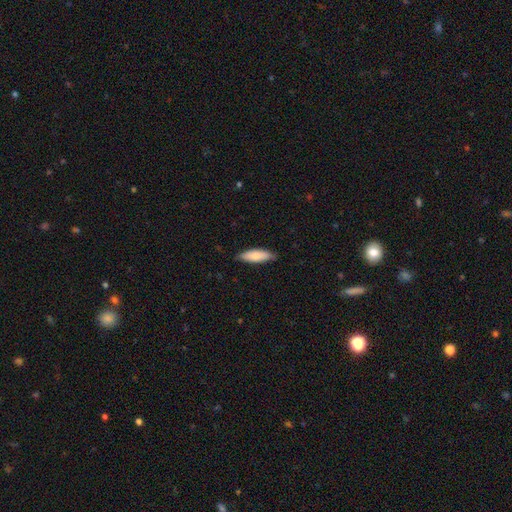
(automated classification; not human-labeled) This is likely a smooth galaxy (77%). How rounded: possibly in between (58%). Merging: clearly none (81%).